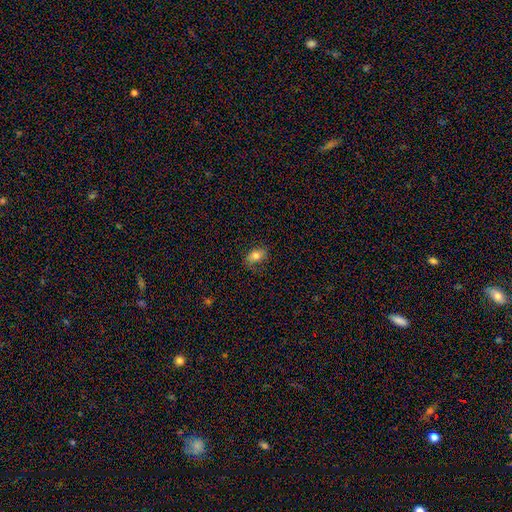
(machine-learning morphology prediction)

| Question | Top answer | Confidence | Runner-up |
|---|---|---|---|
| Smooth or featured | smooth | 75% | featured or disk (15%) |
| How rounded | in between | 83% | round (13%) |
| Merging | none | 76% | minor disturbance (18%) |